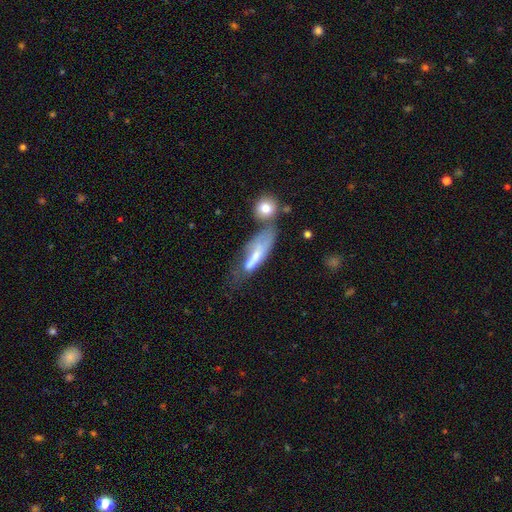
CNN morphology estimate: This is possibly a smooth galaxy (53%). How rounded: possibly in between (51%). Merging: marginally merger (32%).